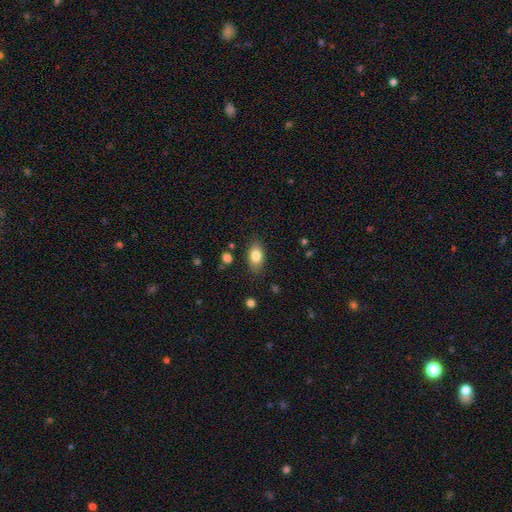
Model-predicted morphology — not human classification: A smooth galaxy with no disk features (81%) that is in between round and cigar-shaped (87%).

Vote fractions:
- Smooth or featured? smooth: 81% / featured or disk: 11% / star or artifact: 8%
- How rounded? in between: 87% / round: 10% / cigar-shaped: 3%
- Merging? none: 82% / minor disturbance: 13% / major disturbance: 3% / merger: 2%